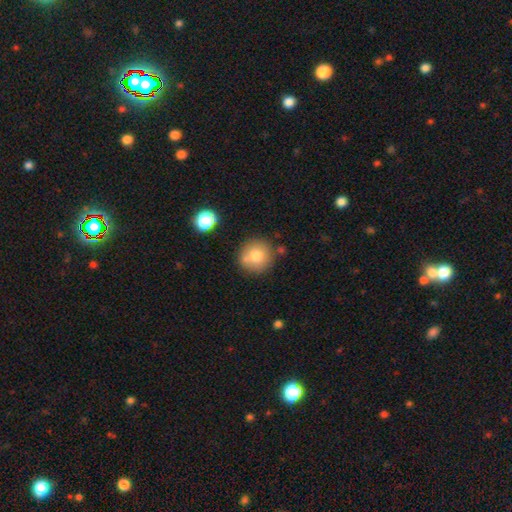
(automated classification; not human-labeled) smooth_or_featured: smooth (p=0.75) [alt: featured or disk p=0.14]
how_rounded: round (p=0.93) [alt: in between p=0.06]
merging: none (p=0.75) [alt: minor disturbance p=0.12]